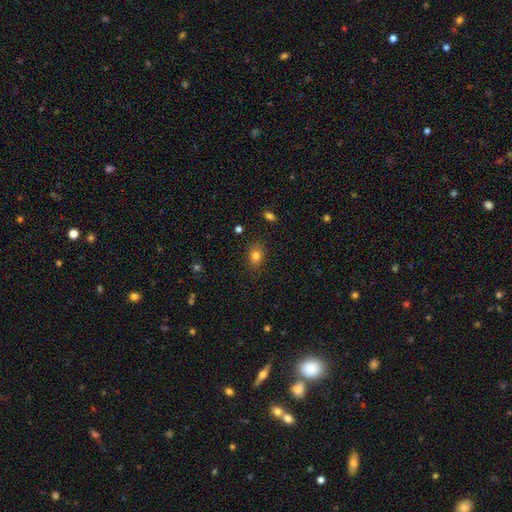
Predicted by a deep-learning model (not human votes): Smooth or featured? smooth (82%)
How rounded? in between (62%)
Merging? none (83%)